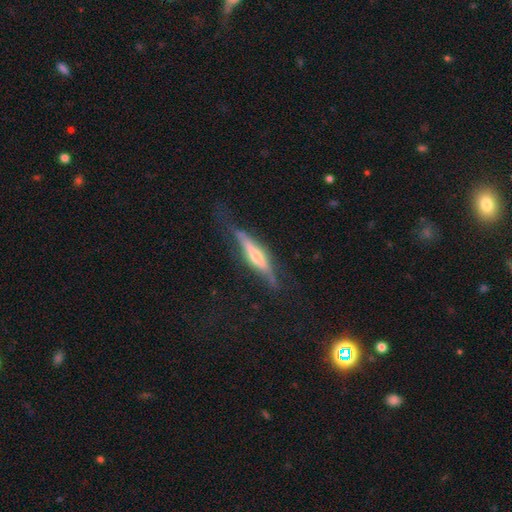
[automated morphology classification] type=featured or disk (70%); edge-on=yes (92%); edge-on bulge=rounded (67%); merging=none (65%).